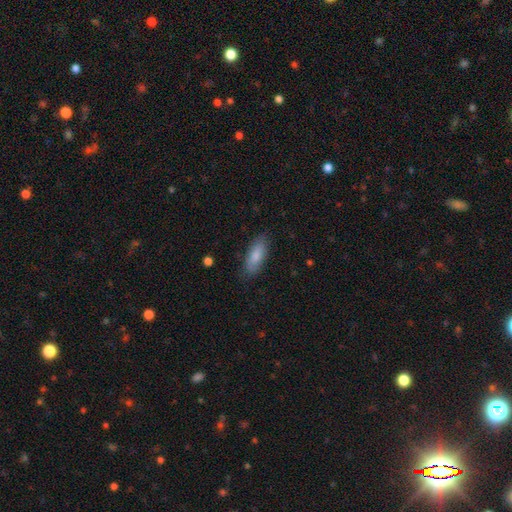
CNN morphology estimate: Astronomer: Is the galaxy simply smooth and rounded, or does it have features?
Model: smooth — 81%.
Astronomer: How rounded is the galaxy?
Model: in between — 73%.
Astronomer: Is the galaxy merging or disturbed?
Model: none — 81%.